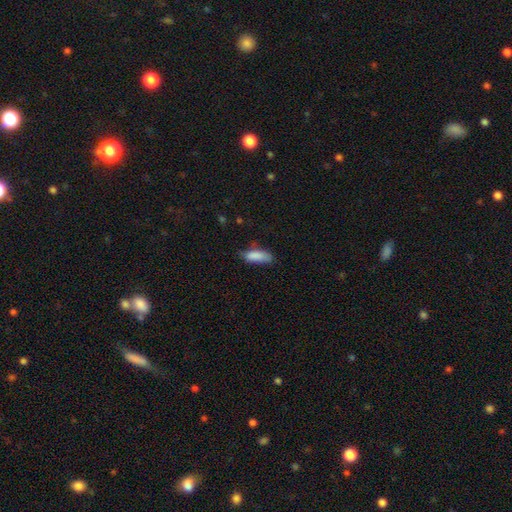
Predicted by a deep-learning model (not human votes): A smooth galaxy with no disk features (86%) that is in between round and cigar-shaped (69%).

Vote fractions:
- Smooth or featured? smooth: 86% / star or artifact: 7% / featured or disk: 7%
- How rounded? in between: 69% / cigar-shaped: 30% / round: 2%
- Merging? none: 59% / minor disturbance: 31% / major disturbance: 8% / merger: 2%